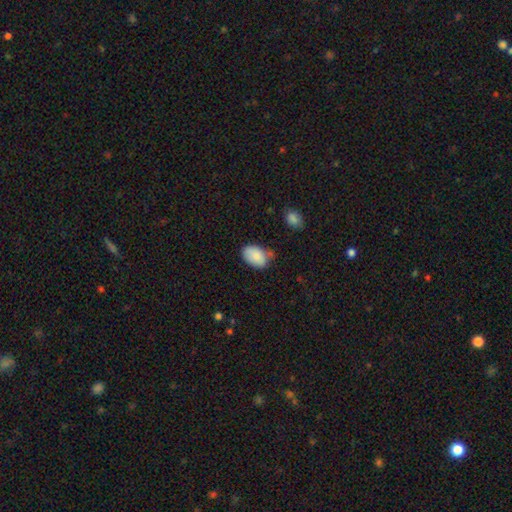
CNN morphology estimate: Smooth or featured? Predicted: smooth (p=0.87). How rounded? Predicted: in between (p=0.88). Merging? Predicted: none (p=0.56).